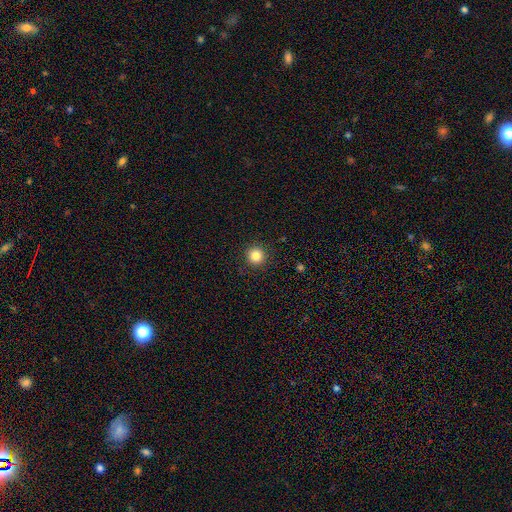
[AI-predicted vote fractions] A smooth galaxy with no disk features (84%) that is round (95%). Merging: none (92%).